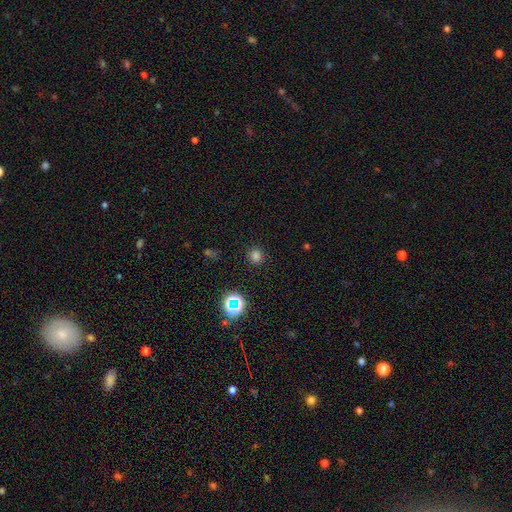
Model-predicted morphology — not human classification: Q: Smooth or featured?
A: smooth (75%); runner-up: star or artifact (20%)
Q: How rounded?
A: round (91%); runner-up: in between (8%)
Q: Merging?
A: none (89%); runner-up: minor disturbance (7%)